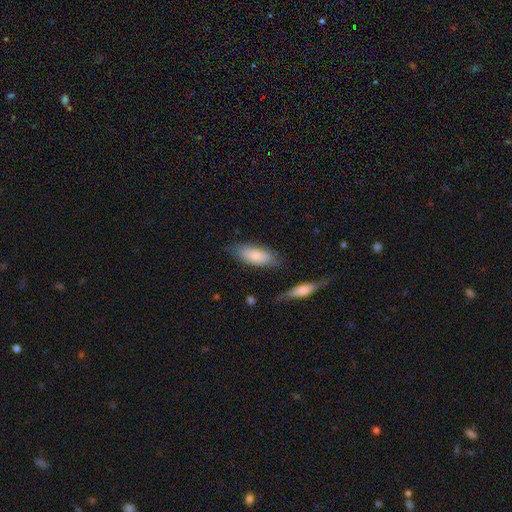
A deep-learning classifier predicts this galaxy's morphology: type=smooth (75%); roundness=in between (82%); merging=none (70%).